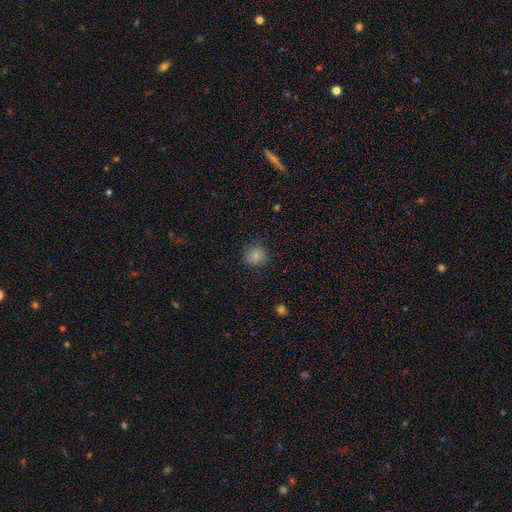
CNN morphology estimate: The model was most divided on "merging": none: 83%, minor disturbance: 13%, major disturbance: 3%, merger: 1%. More confident: how rounded — round (90%); smooth or featured — smooth (83%).